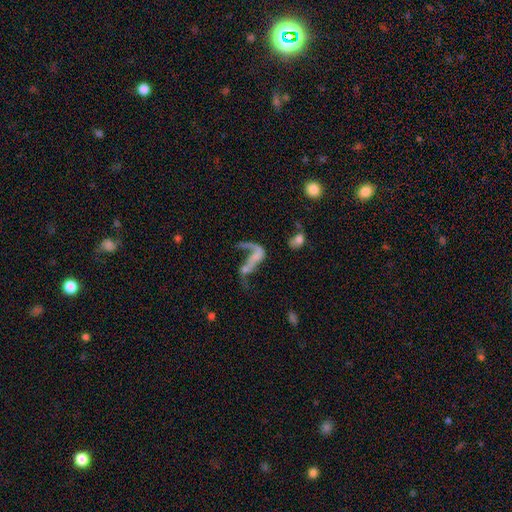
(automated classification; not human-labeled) This is possibly a featured or disk galaxy (59%). It is clearly not viewed edge-on (93%). Bar: likely no (69%). Spiral arm pattern: possibly no (56%). Central bulge: likely none (63%). Merging: marginally major disturbance (38%).